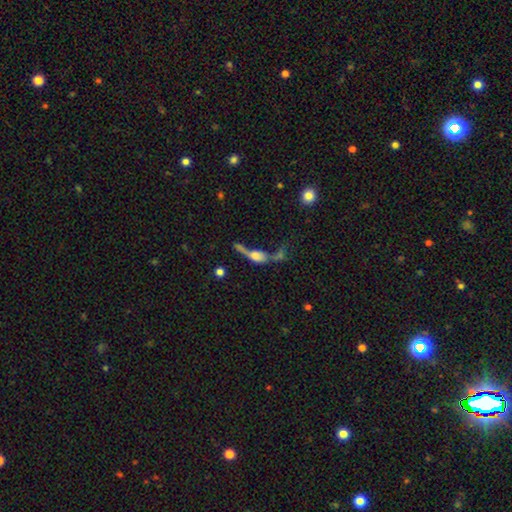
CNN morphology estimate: A smooth galaxy with no disk features (46%).

Vote fractions:
- Smooth or featured? smooth: 46% / featured or disk: 39% / star or artifact: 14%
- Merging? merger: 43% / major disturbance: 24% / none: 20% / minor disturbance: 12%